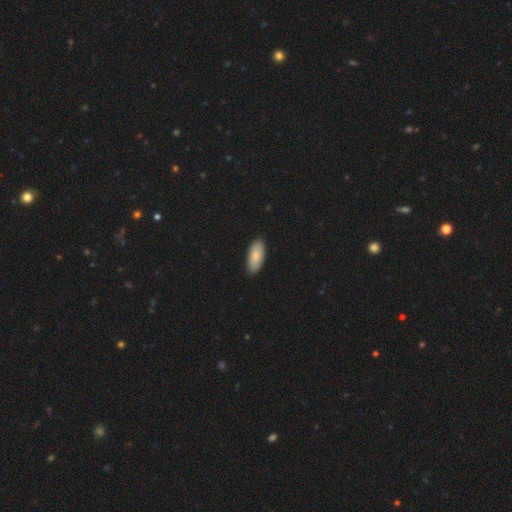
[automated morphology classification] smooth-or-featured: smooth: 84% | featured or disk: 11% | star or artifact: 6%
  how-rounded: in between: 90% | cigar-shaped: 8% | round: 2%
  merging: none: 89% | minor disturbance: 8% | major disturbance: 2% | merger: 1%